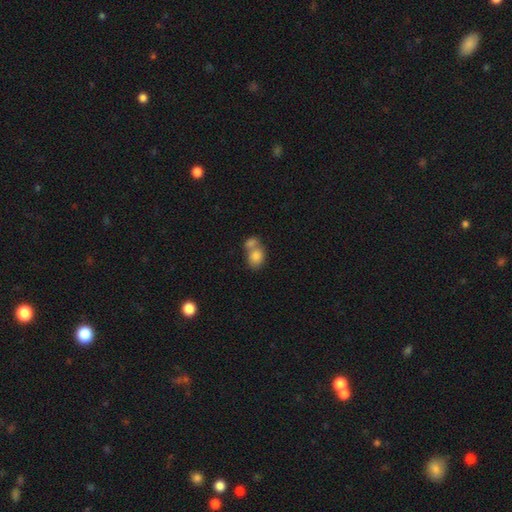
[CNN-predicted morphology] Overall: smooth (82%). How rounded: in between (59%; round 40%). Merging: merger (56%; none 31%).